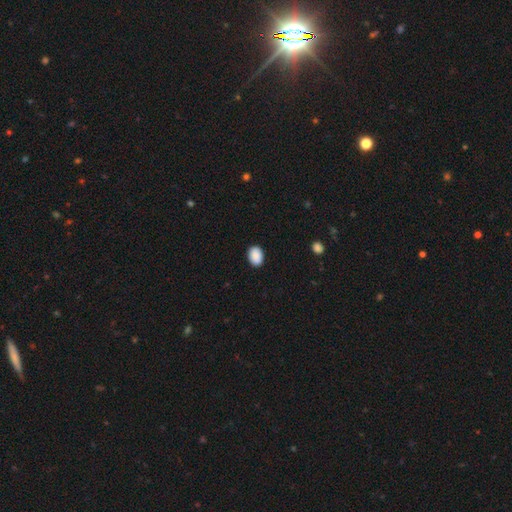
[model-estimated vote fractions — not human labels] smooth 90%, star or artifact 7%, featured or disk 3%. Down the decision tree: how rounded — in between (78%); merging — none (88%).